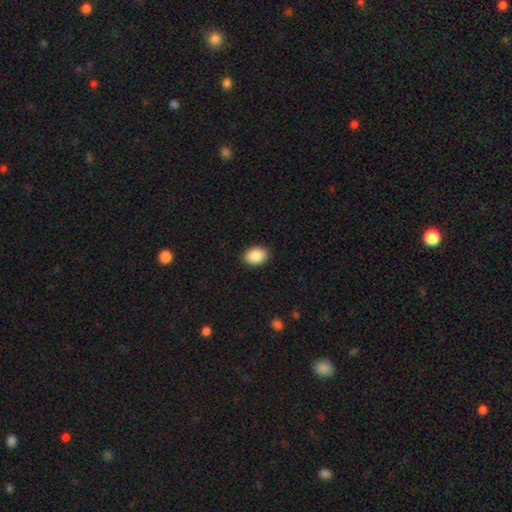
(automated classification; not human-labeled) A smooth galaxy with no disk features (88%) that is in between round and cigar-shaped (79%).

Vote fractions:
- Smooth or featured? smooth: 88% / star or artifact: 7% / featured or disk: 4%
- How rounded? in between: 79% / round: 20% / cigar-shaped: 1%
- Merging? none: 90% / minor disturbance: 7% / major disturbance: 2% / merger: 1%